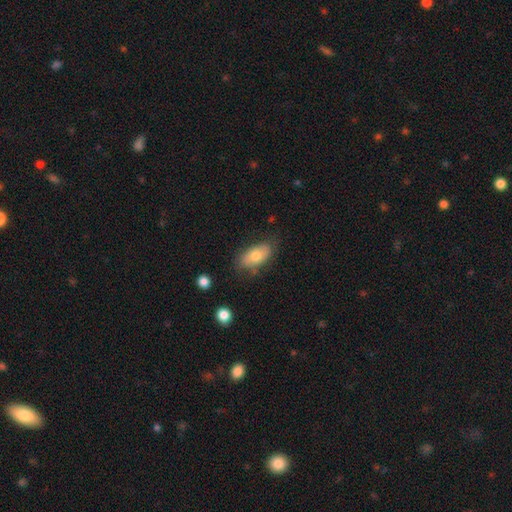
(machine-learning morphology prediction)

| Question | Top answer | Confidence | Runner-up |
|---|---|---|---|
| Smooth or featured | smooth | 69% | featured or disk (24%) |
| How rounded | in between | 92% | round (5%) |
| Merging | none | 72% | minor disturbance (20%) |